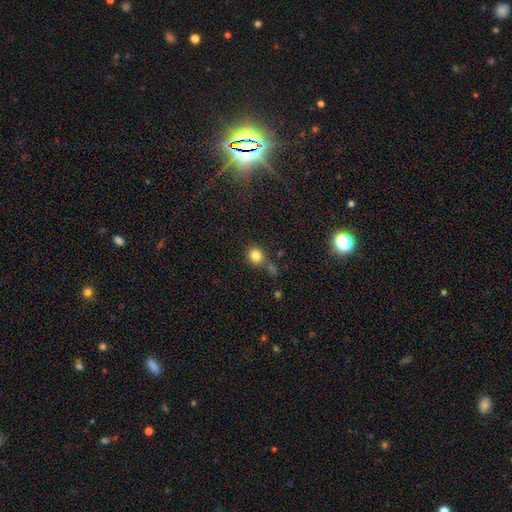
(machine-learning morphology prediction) Smooth or featured? smooth (82%)
How rounded? round (82%)
Merging? none (65%)